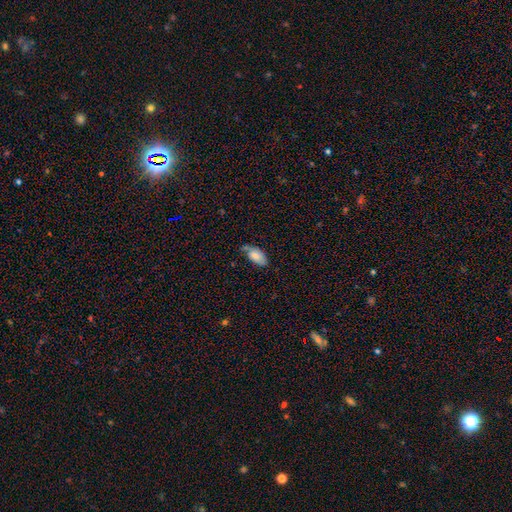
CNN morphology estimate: Smooth or featured? Predicted: smooth (p=0.73). How rounded? Predicted: in between (p=0.93). Merging? Predicted: none (p=0.46).